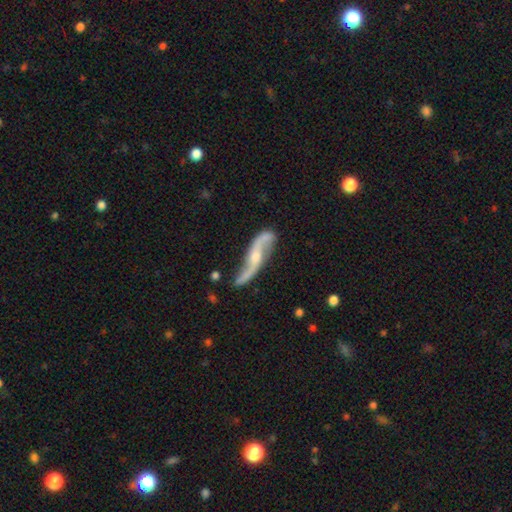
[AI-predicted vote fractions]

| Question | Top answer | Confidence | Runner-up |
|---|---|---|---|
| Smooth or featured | featured or disk | 86% | smooth (9%) |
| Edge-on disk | no | 85% | yes (15%) |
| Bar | no | 54% | weak (32%) |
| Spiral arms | yes | 95% | no (5%) |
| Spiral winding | loose | 85% | medium (11%) |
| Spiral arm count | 2 | 93% | can't tell (2%) |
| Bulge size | small | 46% | moderate (44%) |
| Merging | none | 69% | minor disturbance (19%) |